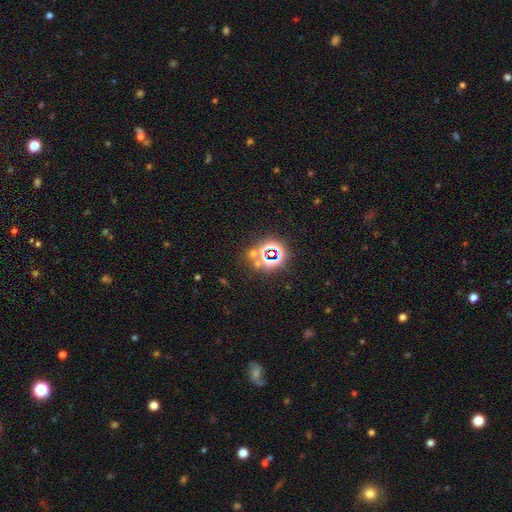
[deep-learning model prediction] Overall: star or artifact (65%; smooth 26%).